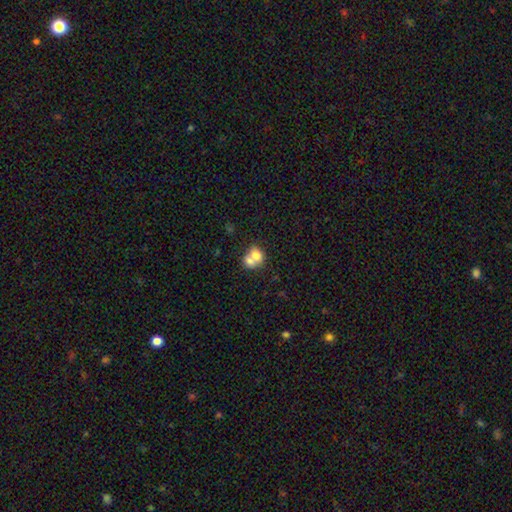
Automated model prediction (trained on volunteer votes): Q: Smooth or featured?
A: smooth (70%); runner-up: featured or disk (21%)
Q: How rounded?
A: round (51%); runner-up: in between (48%)
Q: Merging?
A: merger (69%); runner-up: none (21%)